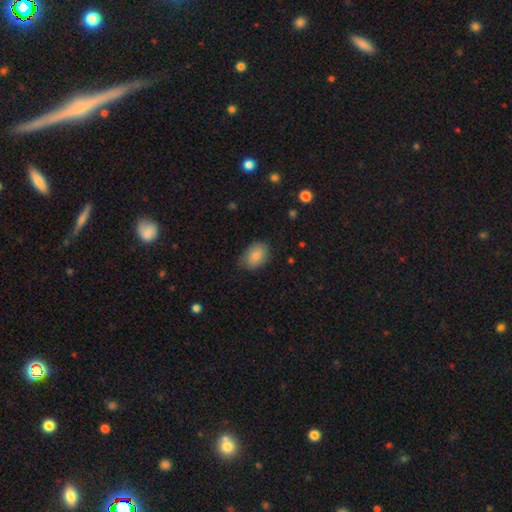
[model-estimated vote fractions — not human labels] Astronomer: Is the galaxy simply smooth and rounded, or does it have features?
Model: smooth — 86%.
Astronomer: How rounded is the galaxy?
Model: in between — 83%.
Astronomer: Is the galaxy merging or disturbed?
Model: none — 73%.